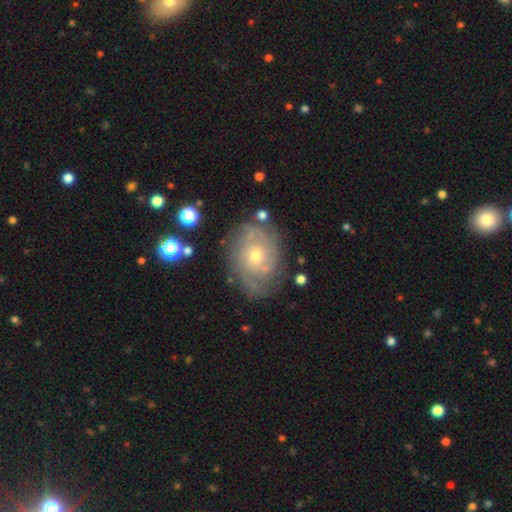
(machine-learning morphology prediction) Smooth or featured? Predicted: featured or disk (p=0.83). Edge-on disk? Predicted: no (p=0.97). Bar? Predicted: no (p=0.78). Spiral arms? Predicted: yes (p=0.94). Spiral winding? Predicted: tight (p=0.70). Spiral arm count? Predicted: can't tell (p=0.36). Bulge size? Predicted: small (p=0.53). Merging? Predicted: none (p=0.77).